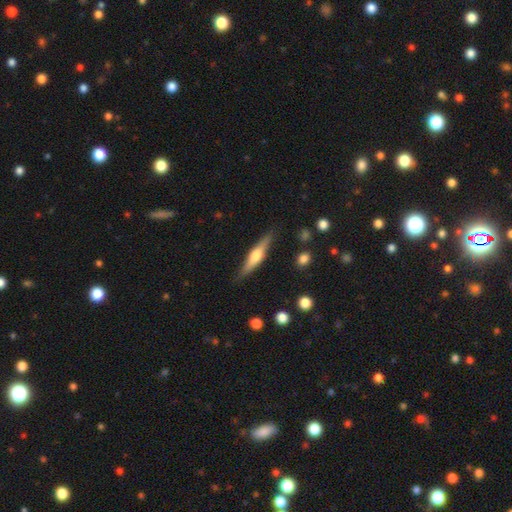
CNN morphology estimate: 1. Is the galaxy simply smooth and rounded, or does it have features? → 56% featured or disk, 38% smooth, 6% star or artifact.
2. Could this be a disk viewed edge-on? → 95% yes, 5% no.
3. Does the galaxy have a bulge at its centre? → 86% rounded, 8% boxy, 6% none.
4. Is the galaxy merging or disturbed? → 85% none, 11% minor disturbance, 2% major disturbance, 2% merger.